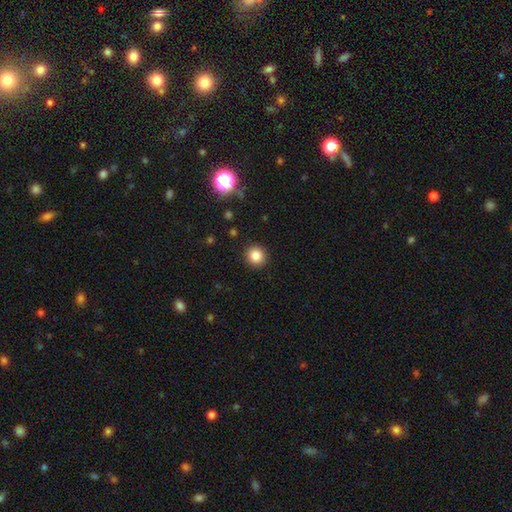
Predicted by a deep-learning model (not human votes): Morphology: type=smooth (84%); roundness=round (92%); merging=none (92%).